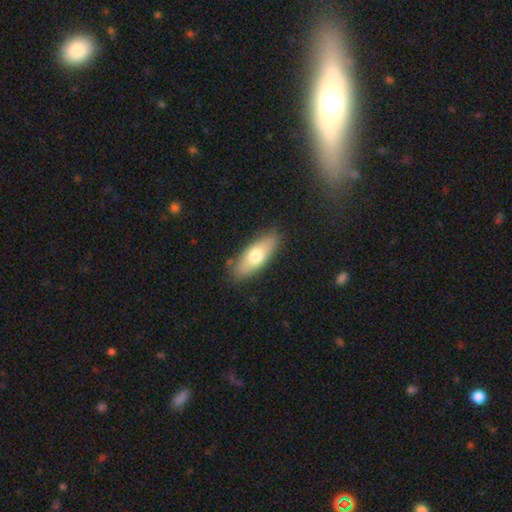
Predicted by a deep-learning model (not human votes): Q: Smooth or featured?
A: smooth (69%); runner-up: featured or disk (25%)
Q: How rounded?
A: in between (70%); runner-up: cigar-shaped (28%)
Q: Merging?
A: none (85%); runner-up: minor disturbance (11%)